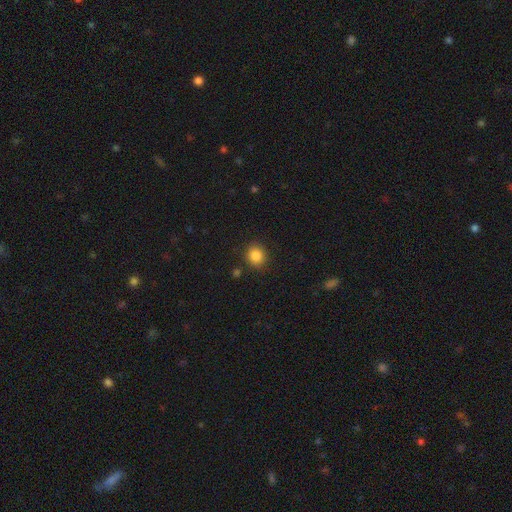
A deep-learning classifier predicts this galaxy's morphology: Overall: smooth (85%). How rounded: round (77%). Merging: none (86%).